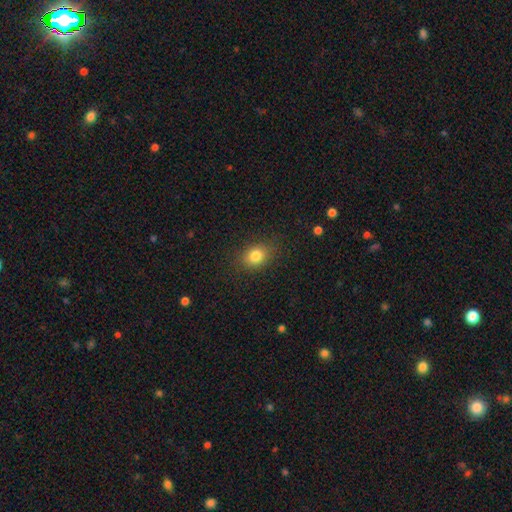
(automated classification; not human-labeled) This appears to be a smooth galaxy with no disk features (82%) that is in between round and cigar-shaped (58%). Merging: none (84%).